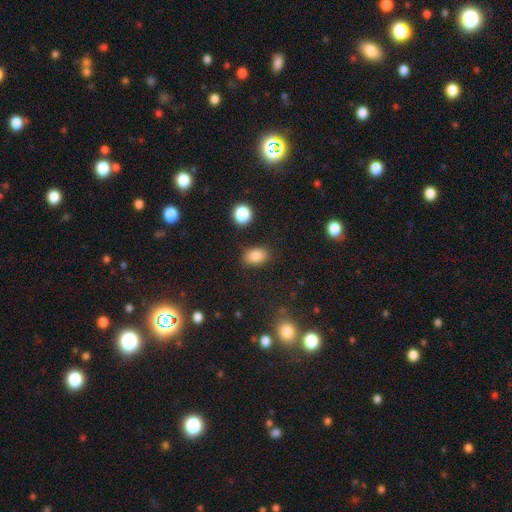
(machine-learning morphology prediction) The model was most divided on "how rounded": in between: 83%, round: 16%, cigar-shaped: 1%. More confident: smooth or featured — smooth (83%); merging — none (81%).